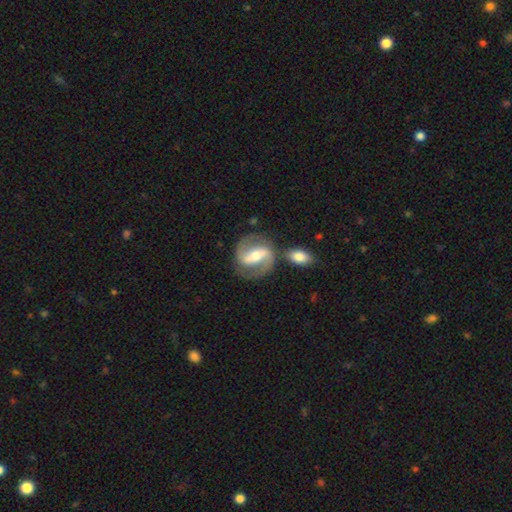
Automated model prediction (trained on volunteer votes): This appears to be a featured or disk galaxy (84%) with a strong bar (65%), 2 (91%) medium (54%) spiral arms (93%) and a moderate central bulge (60%). Merging: none (74%).